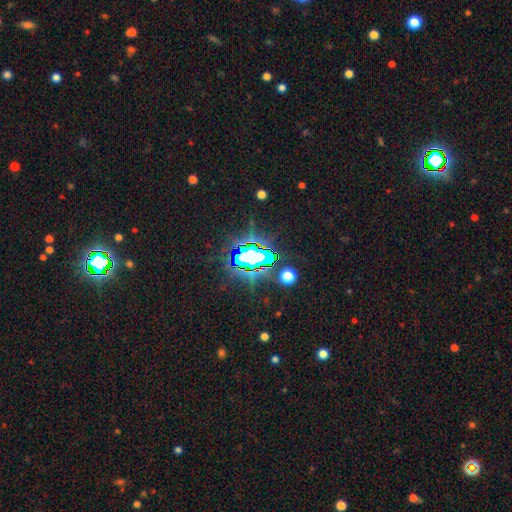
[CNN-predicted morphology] This appears to be a star or artifact, not a galaxy (74%).